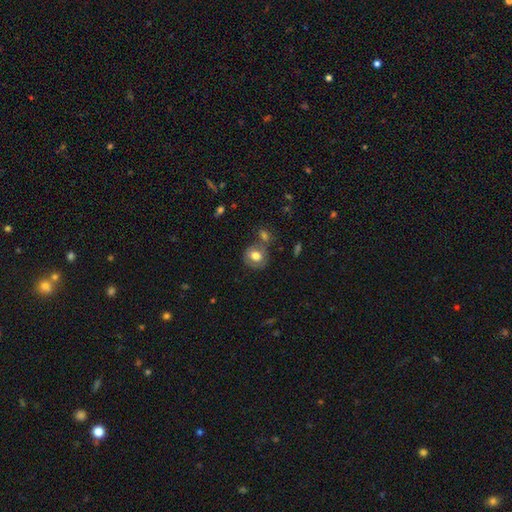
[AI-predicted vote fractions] Overall: smooth (69%). How rounded: round (71%). Merging: none (60%).